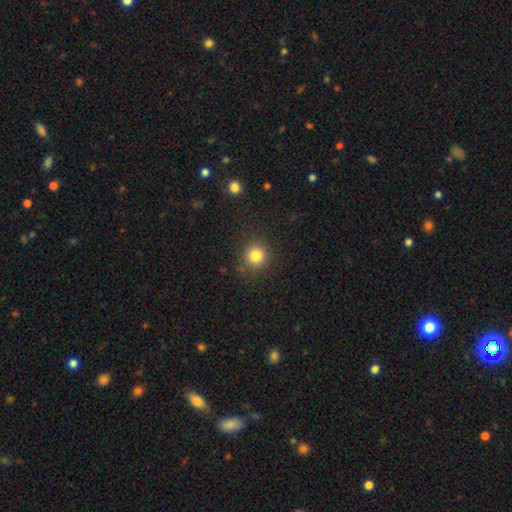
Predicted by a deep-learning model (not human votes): Q: Smooth or featured?
A: smooth (82%); runner-up: star or artifact (12%)
Q: How rounded?
A: round (92%); runner-up: in between (7%)
Q: Merging?
A: none (86%); runner-up: minor disturbance (8%)